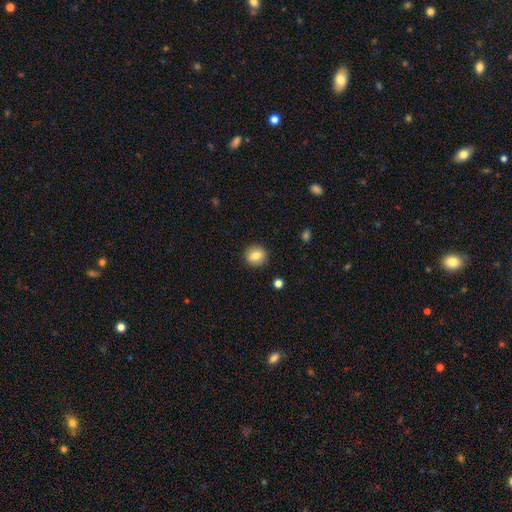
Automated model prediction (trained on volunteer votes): smooth-or-featured: smooth: 82% | star or artifact: 9% | featured or disk: 8%
  how-rounded: round: 83% | in between: 16% | cigar-shaped: 1%
  merging: none: 90% | minor disturbance: 7% | major disturbance: 2% | merger: 1%